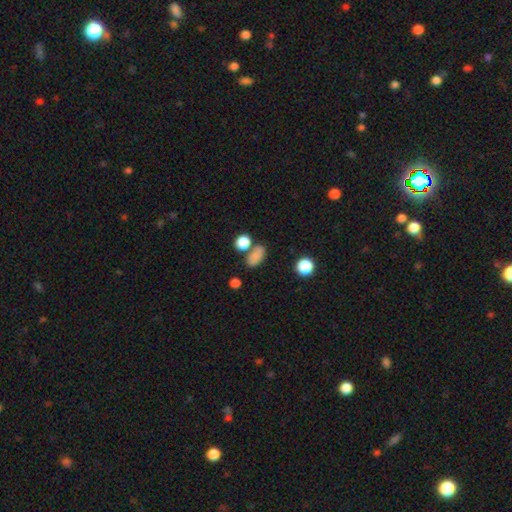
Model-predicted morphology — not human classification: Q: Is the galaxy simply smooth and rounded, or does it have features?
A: smooth — 79%.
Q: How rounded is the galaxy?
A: in between — 80%.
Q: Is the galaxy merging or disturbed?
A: none — 61%.